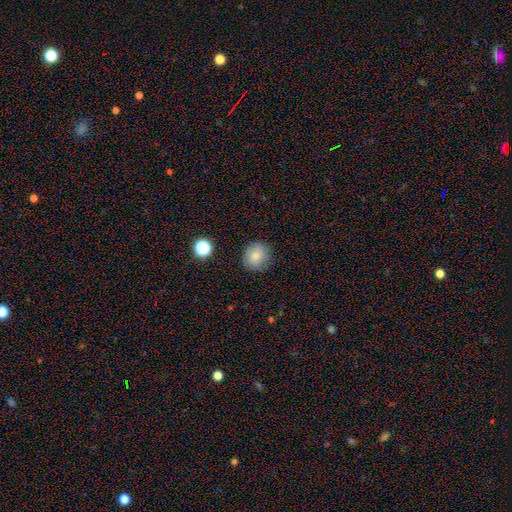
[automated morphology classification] Smooth or featured? Predicted: smooth (p=0.80). How rounded? Predicted: round (p=0.81). Merging? Predicted: none (p=0.84).